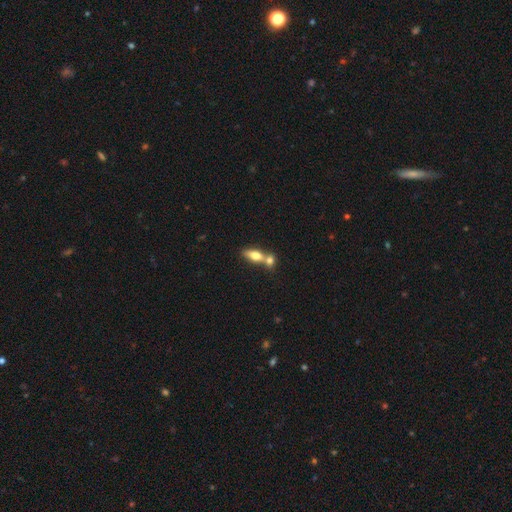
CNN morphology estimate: Smooth or featured? Predicted: smooth (p=0.72). How rounded? Predicted: in between (p=0.76). Merging? Predicted: merger (p=0.60).